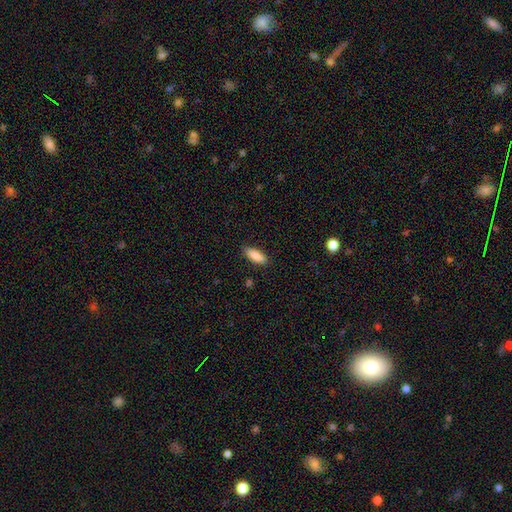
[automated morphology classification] Smooth or featured: smooth — 88% (star or artifact — 6%)
How rounded: in between — 72% (cigar-shaped — 26%)
Merging: none — 86% (minor disturbance — 10%)